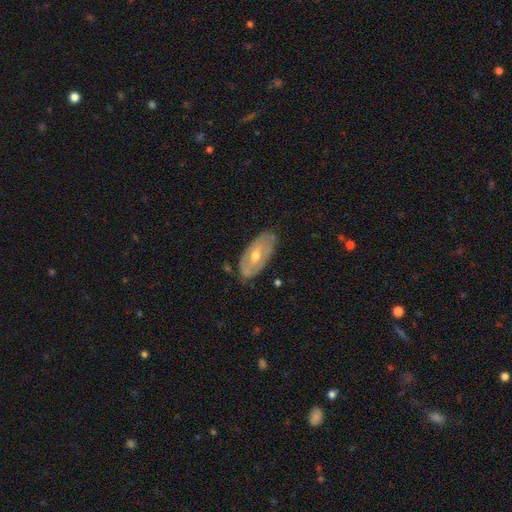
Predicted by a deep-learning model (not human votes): Q: Smooth or featured?
A: featured or disk (64%); runner-up: smooth (30%)
Q: Edge-on disk?
A: no (86%); runner-up: yes (14%)
Q: Bar?
A: no (53%); runner-up: weak (34%)
Q: Spiral arms?
A: no (51%); runner-up: yes (49%)
Q: Bulge size?
A: moderate (70%); runner-up: small (25%)
Q: Merging?
A: none (73%); runner-up: minor disturbance (21%)